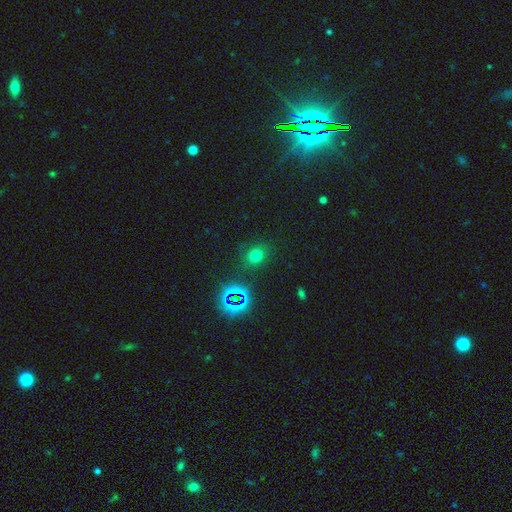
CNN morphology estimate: This appears to be a smooth galaxy with no disk features (66%) that is round (76%). Merging: none (84%).